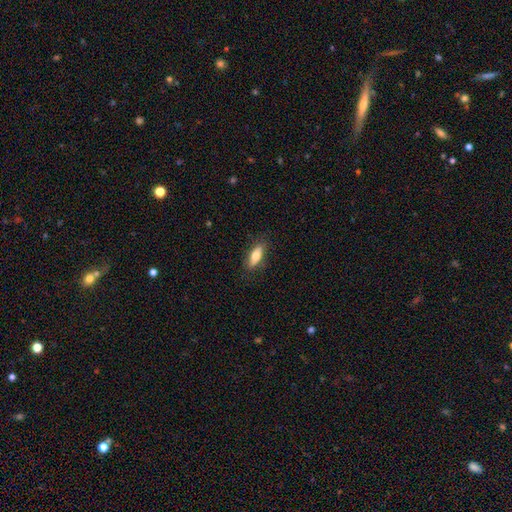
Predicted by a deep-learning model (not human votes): Overall: smooth (70%). How rounded: in between (64%; cigar-shaped 33%). Merging: none (84%).